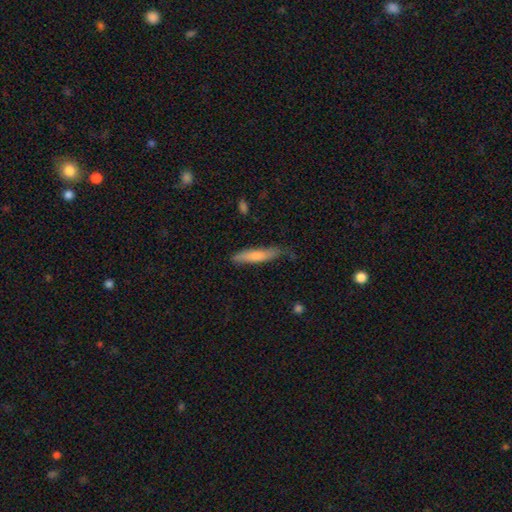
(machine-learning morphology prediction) Q: Smooth or featured?
A: smooth (75%); runner-up: featured or disk (20%)
Q: How rounded?
A: cigar-shaped (85%); runner-up: in between (14%)
Q: Merging?
A: none (70%); runner-up: minor disturbance (24%)